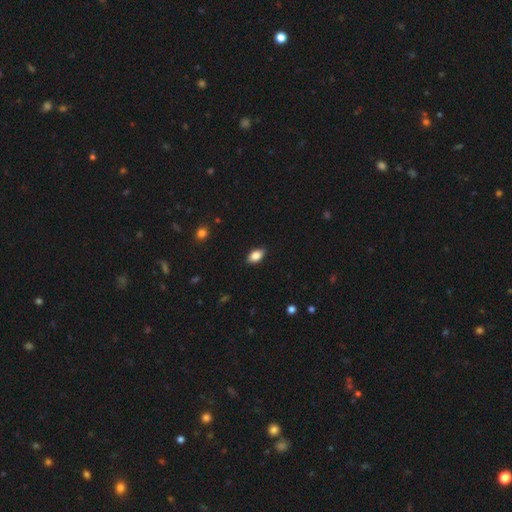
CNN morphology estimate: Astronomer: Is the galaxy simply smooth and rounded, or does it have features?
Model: smooth — 84%.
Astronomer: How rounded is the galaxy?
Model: in between — 90%.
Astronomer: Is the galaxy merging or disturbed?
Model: none — 87%.